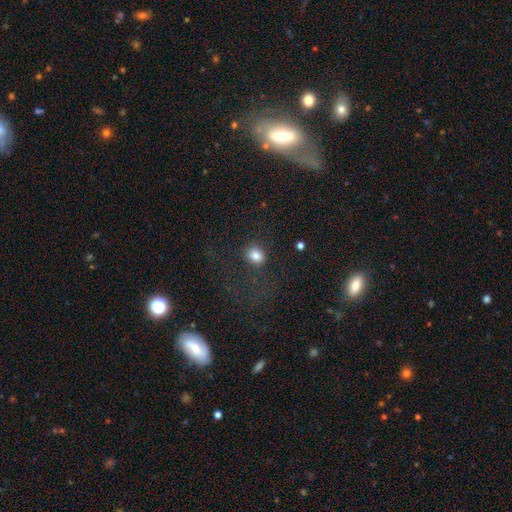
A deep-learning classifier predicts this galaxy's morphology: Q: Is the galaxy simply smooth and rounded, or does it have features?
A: smooth — 82%.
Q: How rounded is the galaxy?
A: round — 65%.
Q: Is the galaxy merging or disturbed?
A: none — 76%.